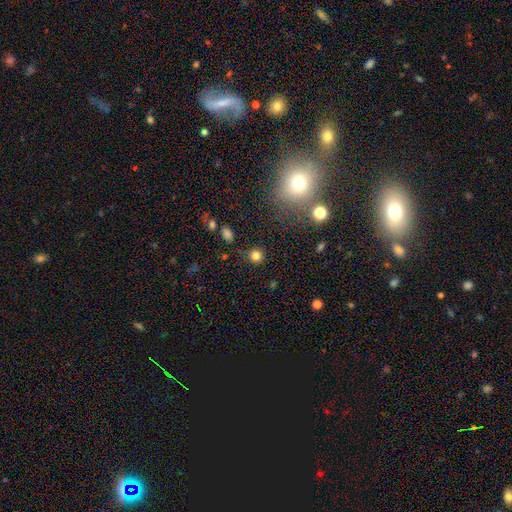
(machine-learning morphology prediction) smooth_or_featured: smooth (p=0.80) [alt: star or artifact p=0.15]
how_rounded: round (p=0.91) [alt: in between p=0.08]
merging: none (p=0.86) [alt: minor disturbance p=0.09]